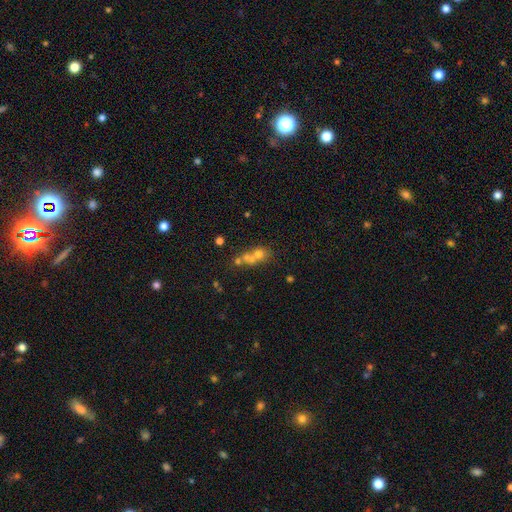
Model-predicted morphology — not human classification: The model was most divided on "merging": merger: 54%, none: 33%, minor disturbance: 8%, major disturbance: 6%. More confident: how rounded — round (72%); smooth or featured — smooth (54%).